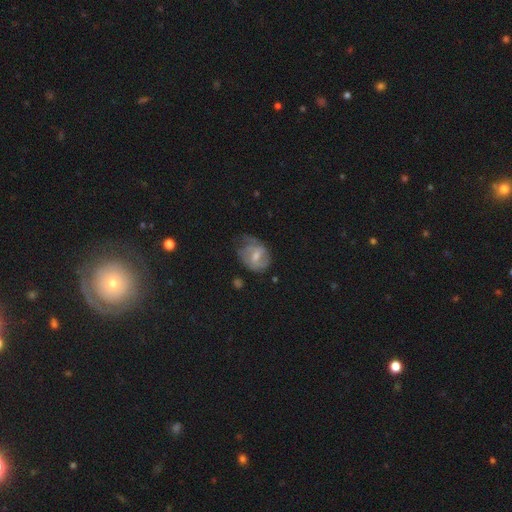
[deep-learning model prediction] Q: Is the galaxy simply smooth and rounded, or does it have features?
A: featured or disk — 47%.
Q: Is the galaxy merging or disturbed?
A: none — 38%.